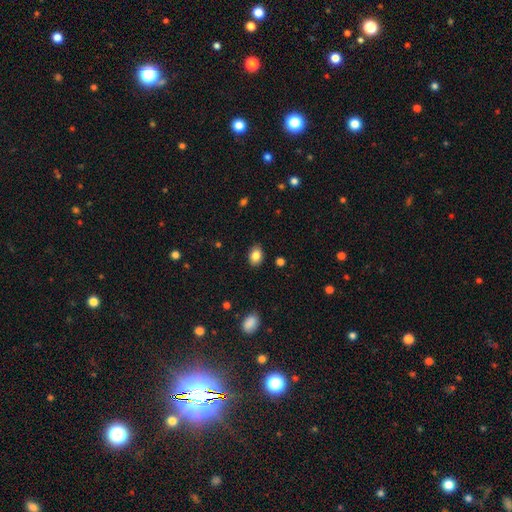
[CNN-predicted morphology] smooth 85%, star or artifact 9%, featured or disk 7%. Down the decision tree: how rounded — in between (76%); merging — none (87%).